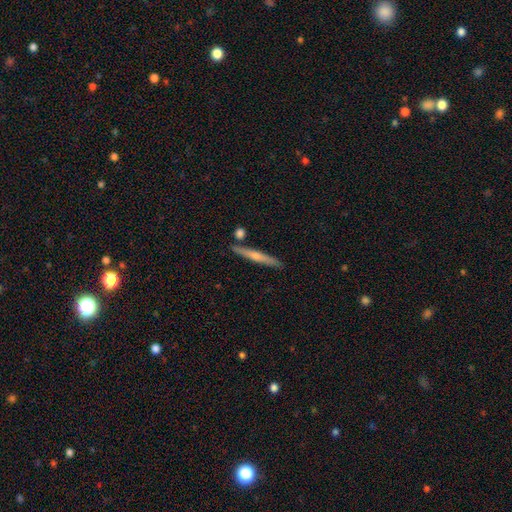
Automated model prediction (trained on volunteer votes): A featured or disk galaxy (53%) viewed edge-on (96%) with a rounded central bulge (65%).

Vote fractions:
- Smooth or featured? featured or disk: 53% / smooth: 41% / star or artifact: 6%
- Edge-on disk? yes: 96% / no: 4%
- Edge-on bulge? rounded: 65% / none: 29% / boxy: 6%
- Merging? none: 85% / minor disturbance: 8% / merger: 5% / major disturbance: 2%